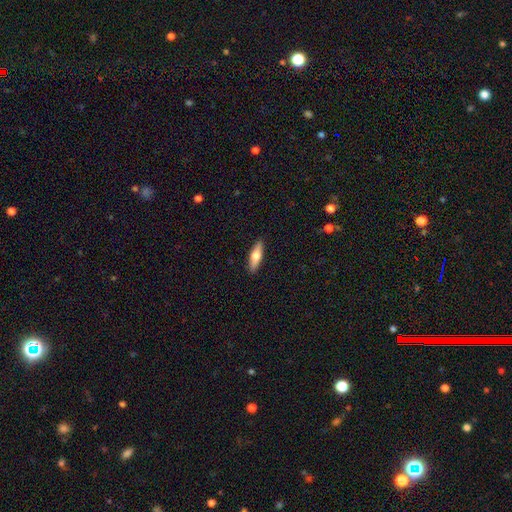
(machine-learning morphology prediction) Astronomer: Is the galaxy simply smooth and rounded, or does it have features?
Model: smooth — 59% (runner-up: featured or disk, 35%).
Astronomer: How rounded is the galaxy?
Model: cigar-shaped — 59% (runner-up: in between, 39%).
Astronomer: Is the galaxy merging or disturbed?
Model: none — 90%.